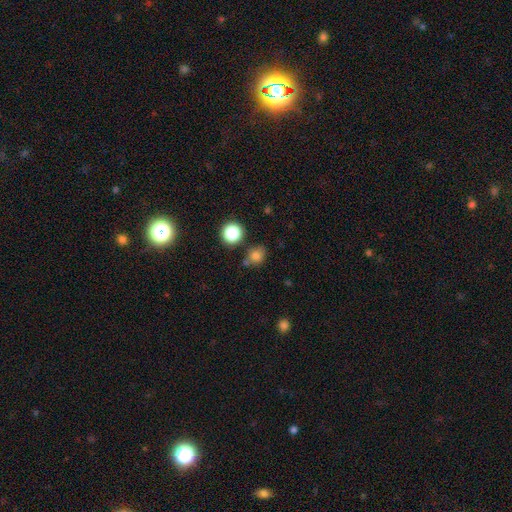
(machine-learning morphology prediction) type=smooth (79%); roundness=round (68%); merging=none (69%).